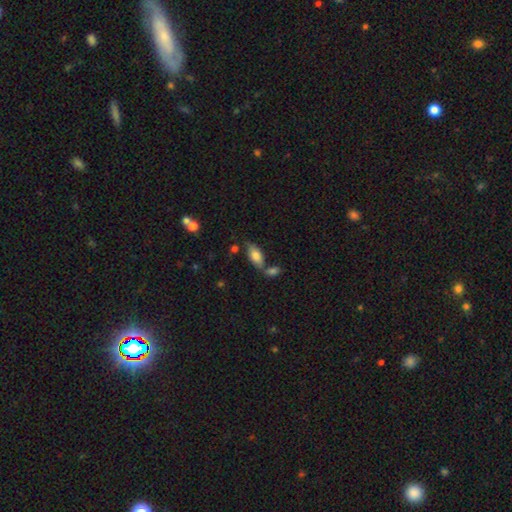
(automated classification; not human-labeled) smooth_or_featured: smooth (p=0.73) [alt: featured or disk p=0.19]
how_rounded: in between (p=0.85) [alt: cigar-shaped p=0.12]
merging: none (p=0.56) [alt: merger p=0.23]